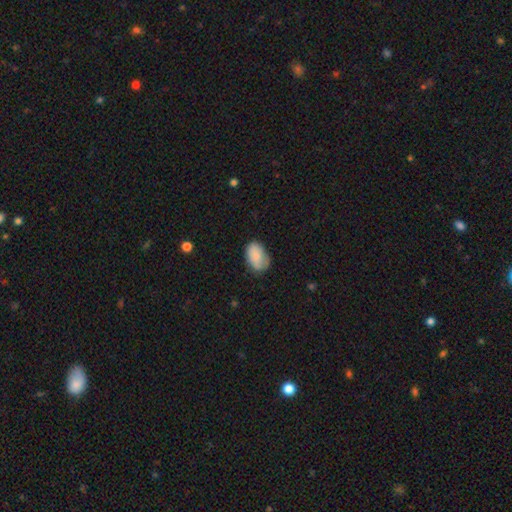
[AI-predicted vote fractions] Q: Smooth or featured?
A: smooth (81%); runner-up: featured or disk (11%)
Q: How rounded?
A: in between (88%); runner-up: round (11%)
Q: Merging?
A: none (64%); runner-up: minor disturbance (27%)